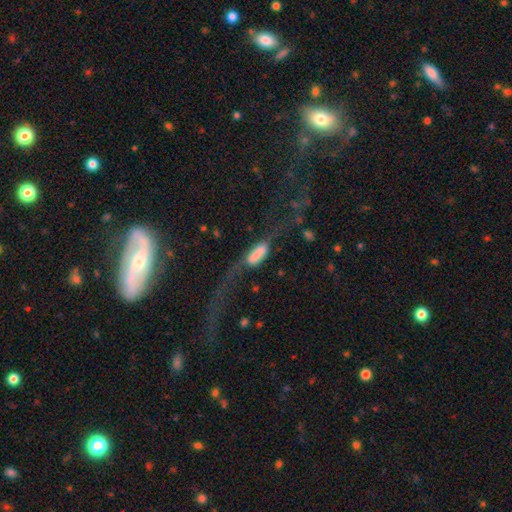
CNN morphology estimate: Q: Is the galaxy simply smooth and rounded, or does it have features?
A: smooth — 60%.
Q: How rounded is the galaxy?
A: in between — 68%.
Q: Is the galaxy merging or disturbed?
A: major disturbance — 50%.